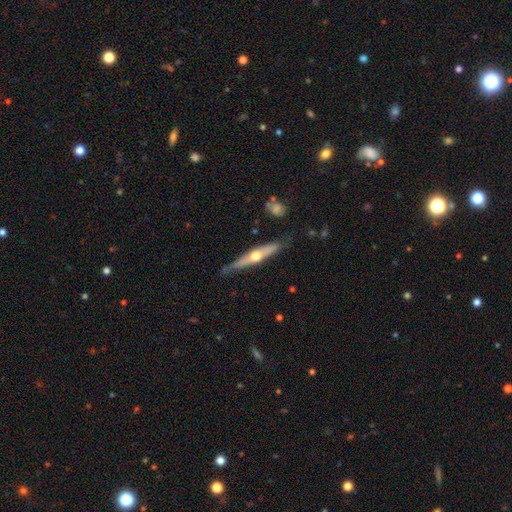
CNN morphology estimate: The model was most divided on "smooth or featured": featured or disk: 62%, smooth: 33%, star or artifact: 5%. More confident: edge-on disk — yes (93%); edge-on bulge — rounded (91%); merging — none (76%).